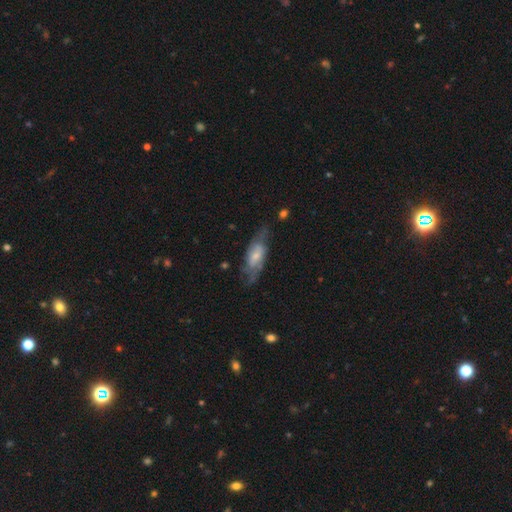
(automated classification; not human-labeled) A featured or disk galaxy (59%).

Vote fractions:
- Smooth or featured? featured or disk: 59% / smooth: 34% / star or artifact: 7%
- Edge-on disk? no: 79% / yes: 21%
- Merging? none: 53% / minor disturbance: 26% / major disturbance: 18% / merger: 3%